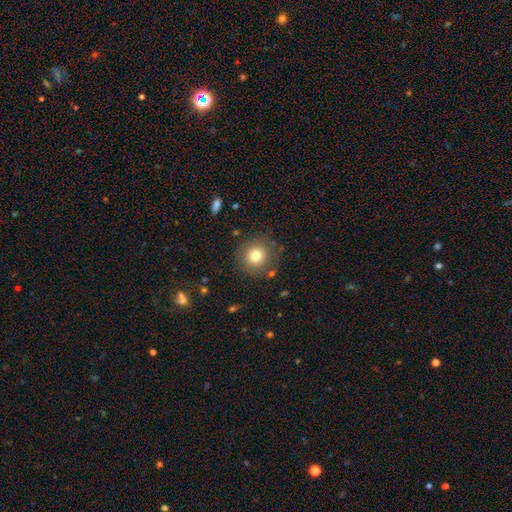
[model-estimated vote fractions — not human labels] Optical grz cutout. It shows a smooth galaxy with no disk features (77%) that is round (93%). Merging: none (84%).